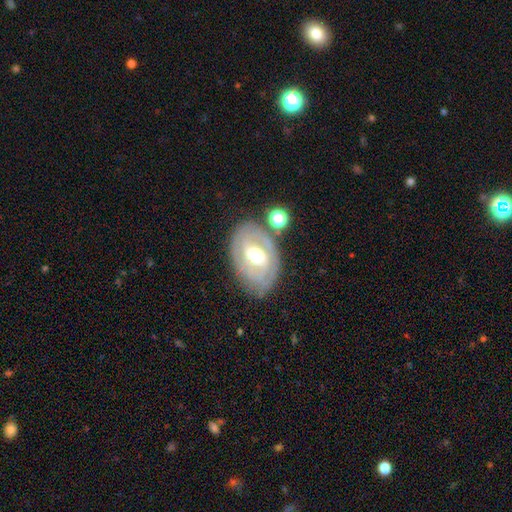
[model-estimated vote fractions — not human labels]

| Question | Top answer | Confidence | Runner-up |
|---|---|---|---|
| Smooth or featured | featured or disk | 76% | smooth (18%) |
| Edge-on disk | no | 94% | yes (6%) |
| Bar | weak | 44% | no (32%) |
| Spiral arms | yes | 75% | no (25%) |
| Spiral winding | tight | 64% | medium (27%) |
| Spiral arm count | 2 | 49% | can't tell (33%) |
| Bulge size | moderate | 72% | small (15%) |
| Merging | none | 70% | minor disturbance (18%) |